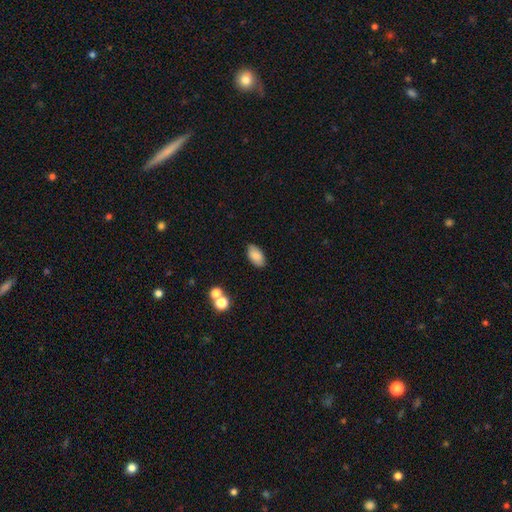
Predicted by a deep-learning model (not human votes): smooth_or_featured: smooth (p=0.85) [alt: star or artifact p=0.08]
how_rounded: in between (p=0.94) [alt: round p=0.04]
merging: none (p=0.85) [alt: minor disturbance p=0.11]